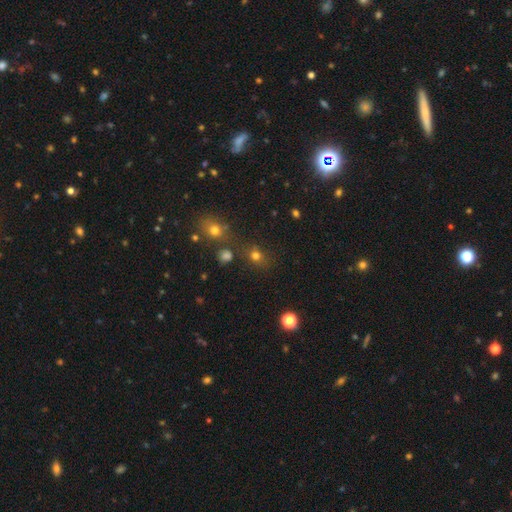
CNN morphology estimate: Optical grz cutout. It shows a smooth galaxy with no disk features (72%) that is round (69%). Merging: none (68%).